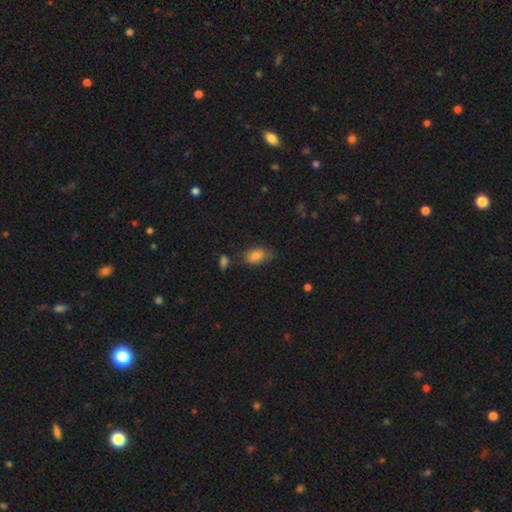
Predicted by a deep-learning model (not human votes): A smooth galaxy with no disk features (83%) that is in between round and cigar-shaped (90%).

Vote fractions:
- Smooth or featured? smooth: 83% / star or artifact: 9% / featured or disk: 8%
- How rounded? in between: 90% / round: 7% / cigar-shaped: 4%
- Merging? none: 63% / minor disturbance: 24% / major disturbance: 7% / merger: 6%